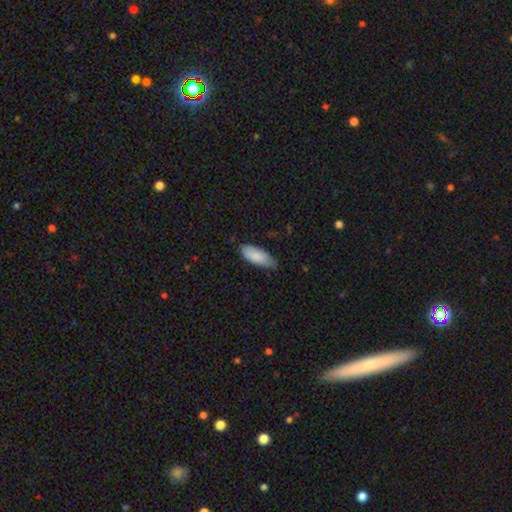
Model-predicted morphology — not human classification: Smooth or featured? smooth (86%)
How rounded? in between (80%)
Merging? none (65%)